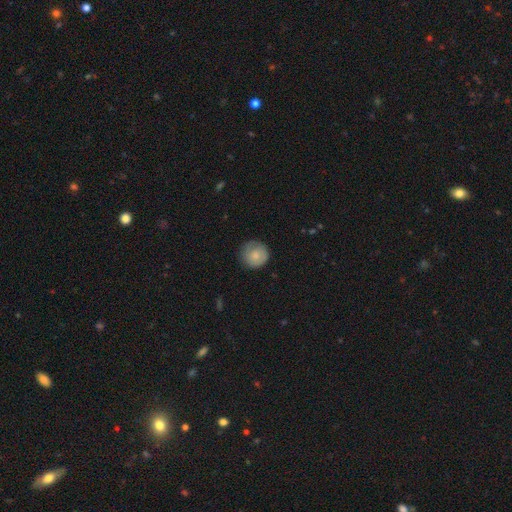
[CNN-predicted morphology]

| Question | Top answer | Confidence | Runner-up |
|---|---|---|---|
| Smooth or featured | smooth | 76% | featured or disk (17%) |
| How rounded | round | 93% | in between (6%) |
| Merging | none | 77% | minor disturbance (18%) |